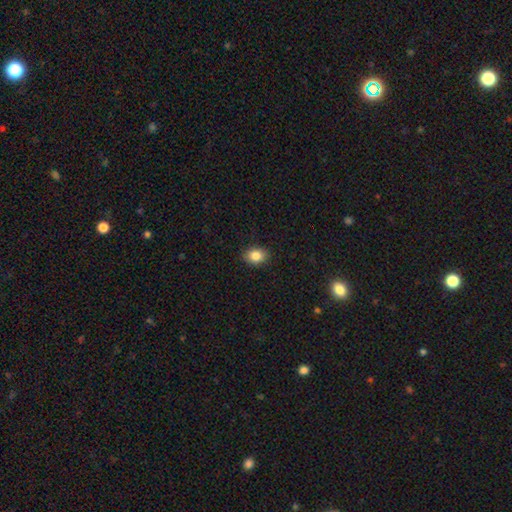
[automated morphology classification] This appears to be a smooth galaxy with no disk features (84%) that is in between round and cigar-shaped (65%). Merging: none (90%).